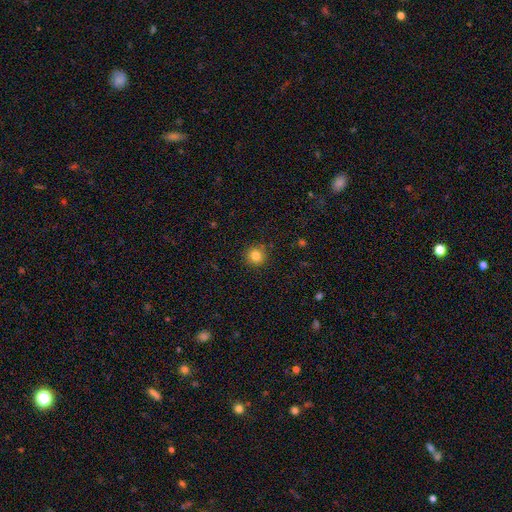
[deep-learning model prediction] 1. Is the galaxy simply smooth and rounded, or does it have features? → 83% smooth, 12% star or artifact, 6% featured or disk.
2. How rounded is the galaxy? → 95% round, 4% in between, 1% cigar-shaped.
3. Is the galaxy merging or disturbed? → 91% none, 6% minor disturbance, 2% major disturbance, 1% merger.